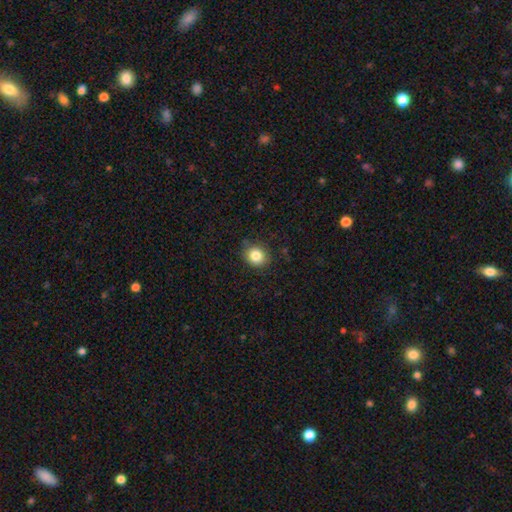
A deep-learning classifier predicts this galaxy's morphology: Smooth or featured?
  - smooth: 83% *
  - star or artifact: 10%
  - featured or disk: 7%
How rounded?
  - round: 74% *
  - in between: 25%
  - cigar-shaped: 1%
Merging?
  - none: 85% *
  - minor disturbance: 11%
  - major disturbance: 3%
  - merger: 1%